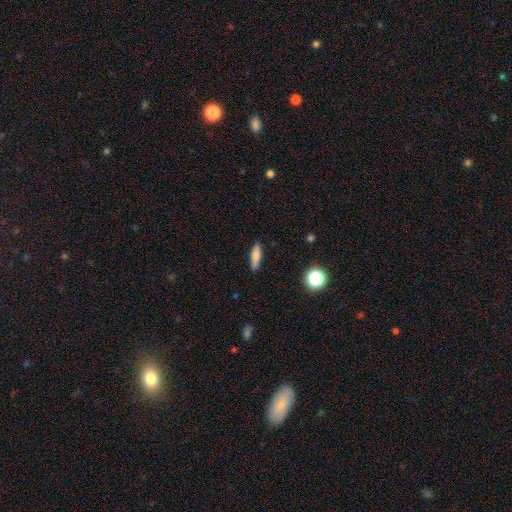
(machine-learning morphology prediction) smooth_or_featured: smooth (p=0.72) [alt: featured or disk p=0.19]
how_rounded: cigar-shaped (p=0.69) [alt: in between p=0.27]
merging: none (p=0.88) [alt: minor disturbance p=0.09]